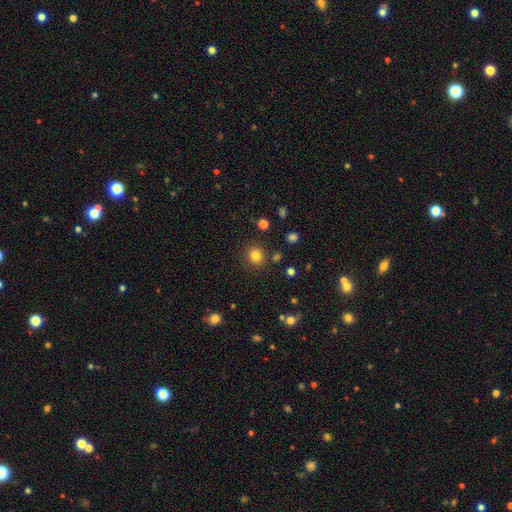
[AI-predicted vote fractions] Smooth or featured? smooth (82%)
How rounded? round (85%)
Merging? none (86%)